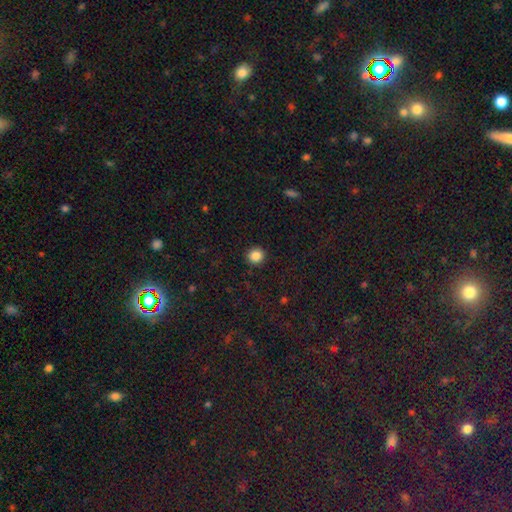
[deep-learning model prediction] smooth-or-featured: smooth: 86% | star or artifact: 10% | featured or disk: 4%
  how-rounded: round: 93% | in between: 6% | cigar-shaped: 1%
  merging: none: 92% | minor disturbance: 5% | major disturbance: 2% | merger: 1%